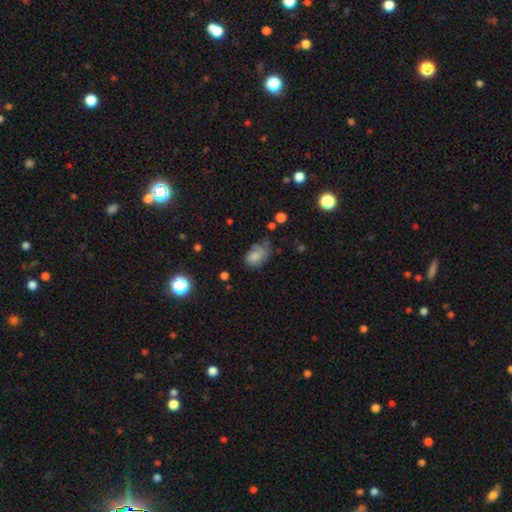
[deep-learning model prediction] Overall: smooth (70%). How rounded: in between (83%). Merging: minor disturbance (34%; none 31%).